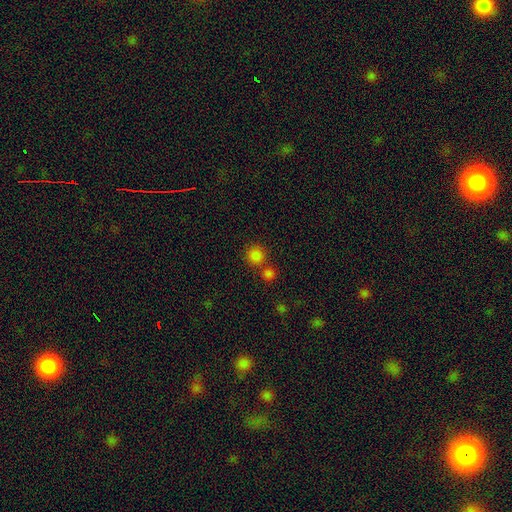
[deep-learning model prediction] Smooth or featured: smooth — 82% (star or artifact — 14%)
How rounded: round — 91% (in between — 8%)
Merging: none — 65% (merger — 25%)